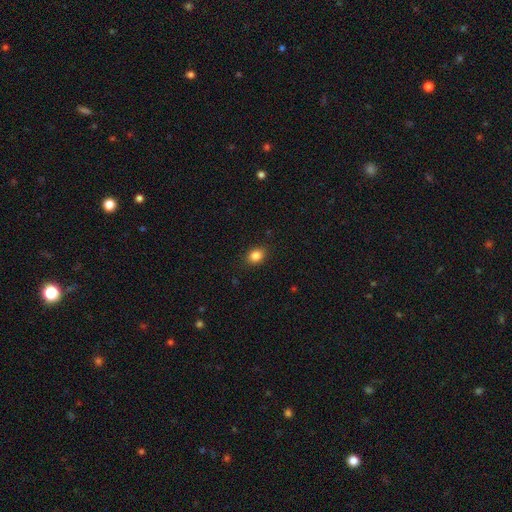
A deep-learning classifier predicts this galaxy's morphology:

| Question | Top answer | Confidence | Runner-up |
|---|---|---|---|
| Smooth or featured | smooth | 85% | star or artifact (10%) |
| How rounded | in between | 54% | round (45%) |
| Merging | none | 88% | minor disturbance (9%) |